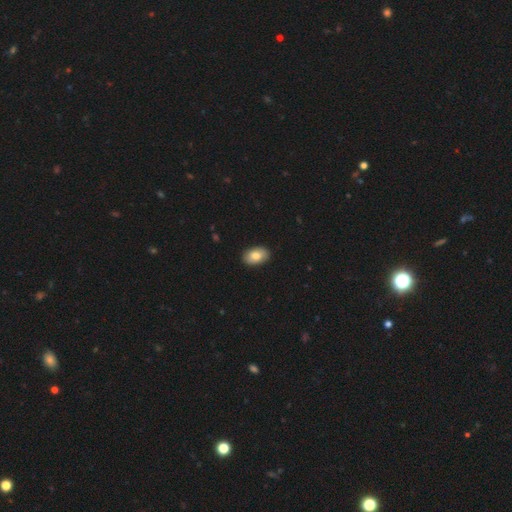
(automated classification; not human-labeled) Overall: smooth (81%). How rounded: in between (92%). Merging: none (89%).